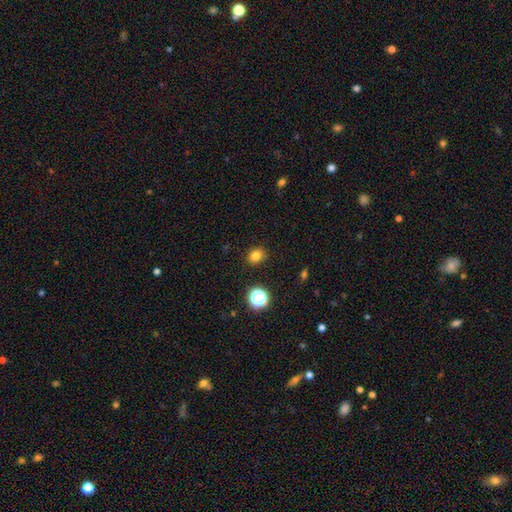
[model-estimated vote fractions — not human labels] A smooth galaxy with no disk features (80%) that is round (58%). Merging: none (88%).